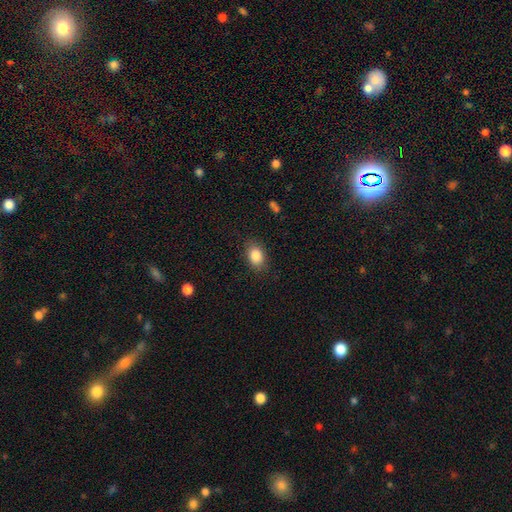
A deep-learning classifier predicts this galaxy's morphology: This appears to be a smooth galaxy with no disk features (86%) that is in between round and cigar-shaped (78%). Merging: none (83%).